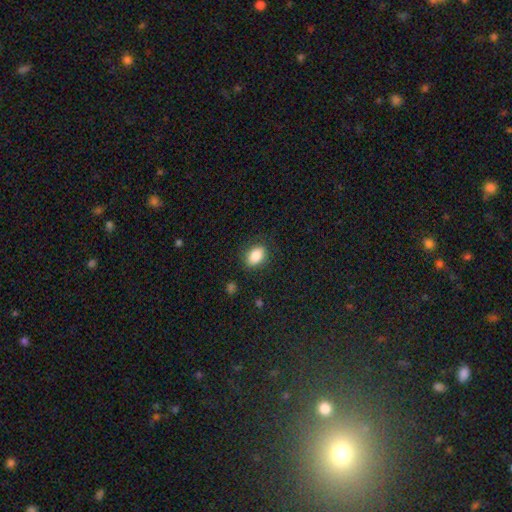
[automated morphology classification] Overall: smooth (86%). How rounded: in between (85%). Merging: none (85%).